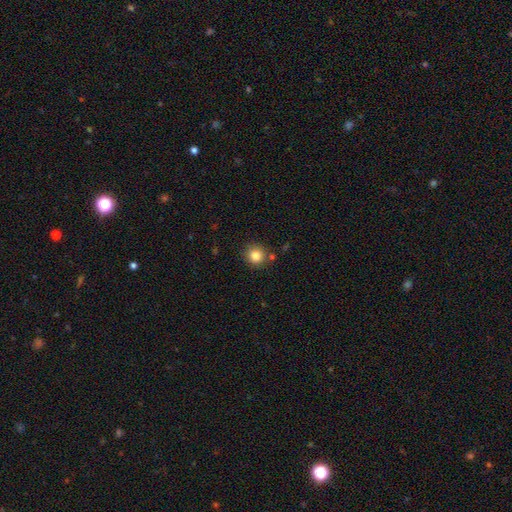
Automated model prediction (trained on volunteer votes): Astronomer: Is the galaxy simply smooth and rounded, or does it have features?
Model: smooth — 83%.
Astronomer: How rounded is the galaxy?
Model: round — 92%.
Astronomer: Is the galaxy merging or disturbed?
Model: none — 84%.